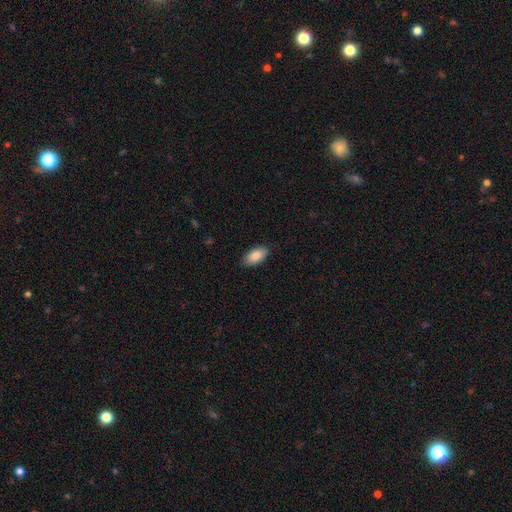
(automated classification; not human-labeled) A smooth galaxy with no disk features (87%) that is in between round and cigar-shaped (93%).

Vote fractions:
- Smooth or featured? smooth: 87% / featured or disk: 7% / star or artifact: 6%
- How rounded? in between: 93% / cigar-shaped: 4% / round: 2%
- Merging? none: 87% / minor disturbance: 10% / major disturbance: 2% / merger: 1%